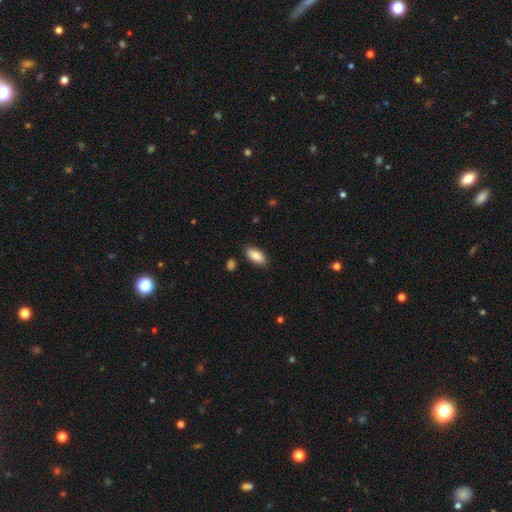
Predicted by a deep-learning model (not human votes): smooth 86%, featured or disk 7%, star or artifact 6%. Down the decision tree: how rounded — in between (87%); merging — none (86%).